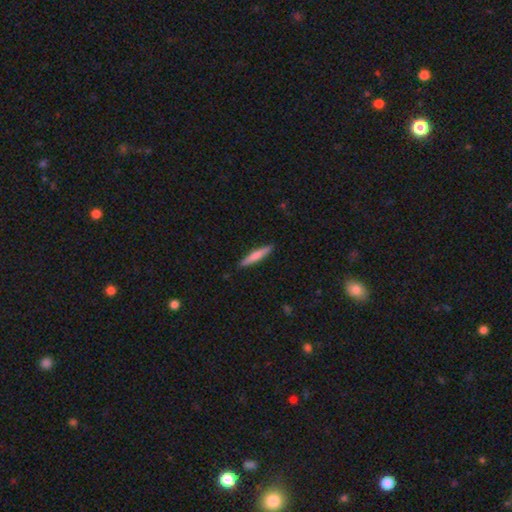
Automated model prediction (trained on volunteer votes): This appears to be a smooth galaxy with no disk features (66%) that is cigar-shaped (93%). Merging: none (90%).